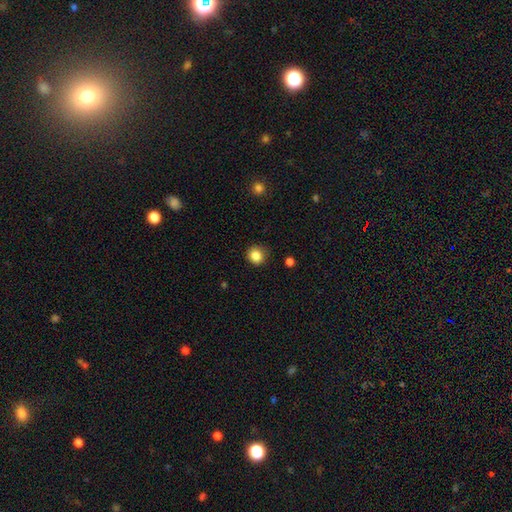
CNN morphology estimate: Smooth or featured: smooth — 86% (star or artifact — 10%)
How rounded: round — 87% (in between — 12%)
Merging: none — 85% (minor disturbance — 11%)